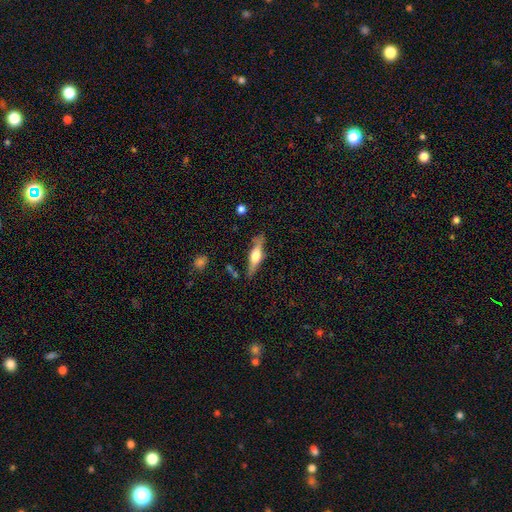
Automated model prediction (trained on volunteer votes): A featured or disk galaxy (61%) viewed edge-on (94%) with a rounded central bulge (90%).

Vote fractions:
- Smooth or featured? featured or disk: 61% / smooth: 34% / star or artifact: 6%
- Edge-on disk? yes: 94% / no: 6%
- Edge-on bulge? rounded: 90% / boxy: 8% / none: 2%
- Merging? none: 81% / minor disturbance: 13% / major disturbance: 3% / merger: 3%